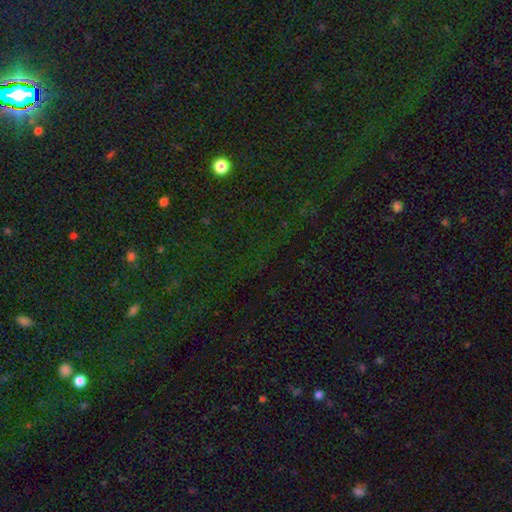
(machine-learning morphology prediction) The model was most divided on "smooth or featured": star or artifact: 77%, smooth: 14%, featured or disk: 9%.